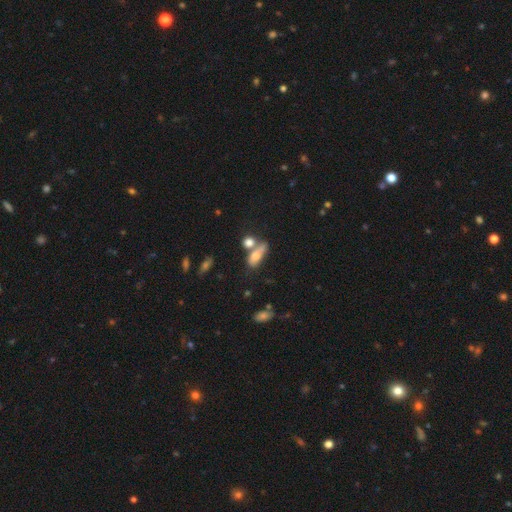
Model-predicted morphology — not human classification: This is likely a smooth galaxy (68%). How rounded: likely in between (68%). Merging: marginally merger (42%).